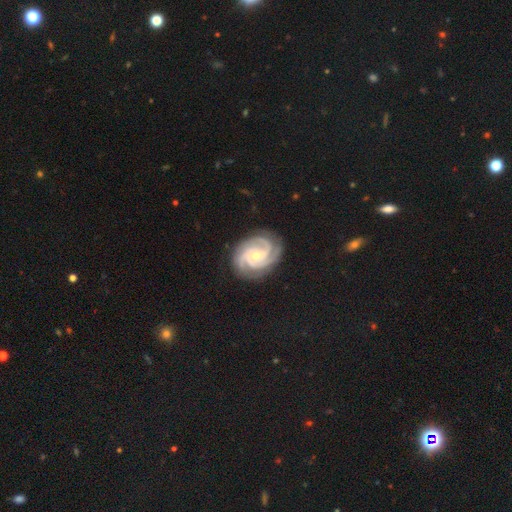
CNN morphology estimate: Smooth or featured? featured or disk (93%)
Edge-on disk? no (98%)
Bar? no (62%)
Spiral arms? yes (99%)
Spiral winding? tight (66%)
Spiral arm count? 3 (59%)
Bulge size? small (49%)
Merging? none (82%)